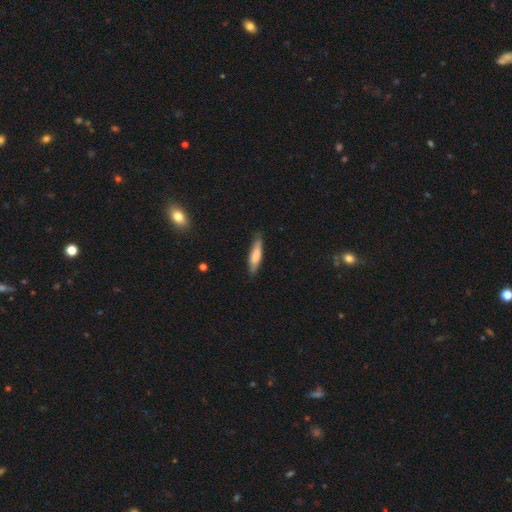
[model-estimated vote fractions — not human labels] smooth 70%, featured or disk 24%, star or artifact 6%. Down the decision tree: how rounded — cigar-shaped (76%); merging — none (82%).